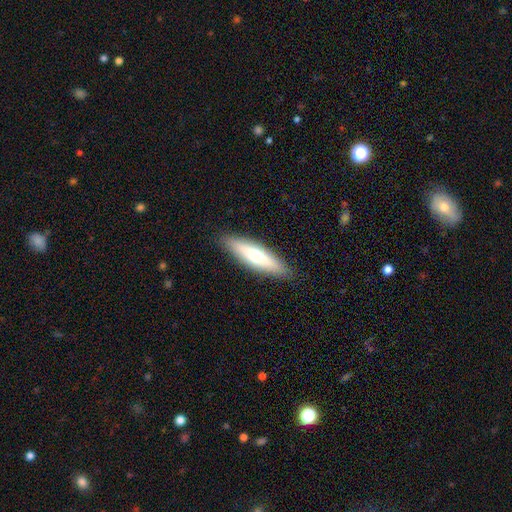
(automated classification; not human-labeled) Smooth or featured? Predicted: smooth (p=0.61). How rounded? Predicted: cigar-shaped (p=0.72). Merging? Predicted: none (p=0.89).